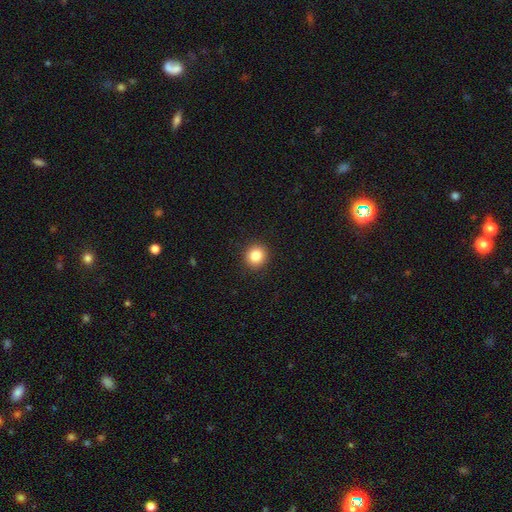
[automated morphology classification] smooth 85%, star or artifact 10%, featured or disk 5%. Down the decision tree: how rounded — round (89%); merging — none (91%).